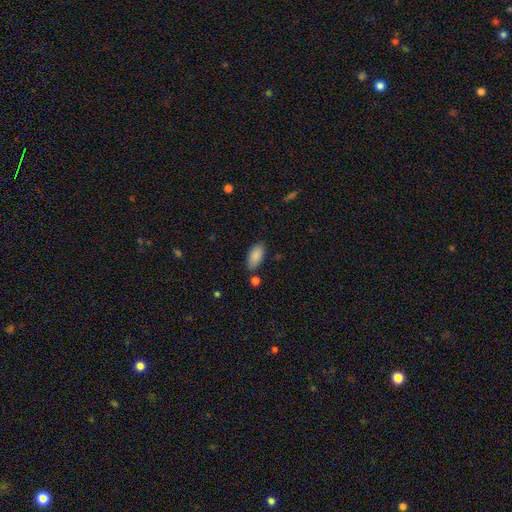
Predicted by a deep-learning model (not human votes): This is clearly a smooth galaxy (88%). How rounded: clearly in between (91%). Merging: likely none (77%).